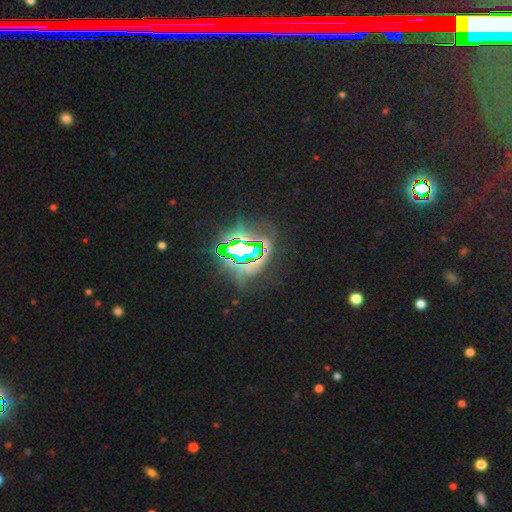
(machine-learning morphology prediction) The model was most divided on "smooth or featured": star or artifact: 78%, featured or disk: 13%, smooth: 10%.